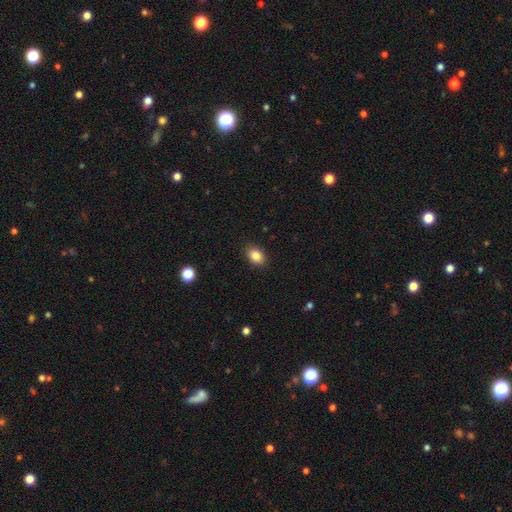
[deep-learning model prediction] A smooth galaxy with no disk features (86%) that is in between round and cigar-shaped (79%).

Vote fractions:
- Smooth or featured? smooth: 86% / star or artifact: 9% / featured or disk: 5%
- How rounded? in between: 79% / round: 20% / cigar-shaped: 1%
- Merging? none: 89% / minor disturbance: 8% / major disturbance: 2% / merger: 1%